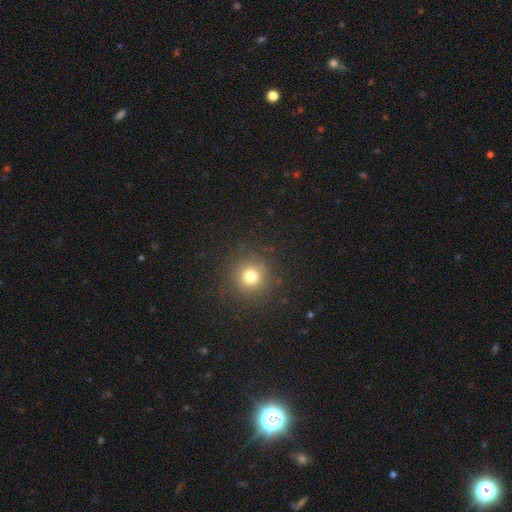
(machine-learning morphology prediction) smooth_or_featured: smooth (p=0.61) [alt: star or artifact p=0.33]
how_rounded: round (p=0.96) [alt: in between p=0.03]
merging: none (p=0.93) [alt: minor disturbance p=0.04]